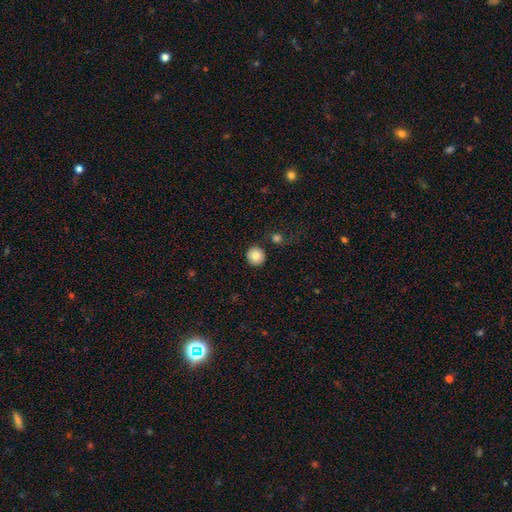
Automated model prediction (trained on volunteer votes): smooth-or-featured: smooth: 82% | featured or disk: 9% | star or artifact: 9%
  how-rounded: round: 94% | in between: 5% | cigar-shaped: 1%
  merging: none: 89% | minor disturbance: 6% | merger: 3% | major disturbance: 2%